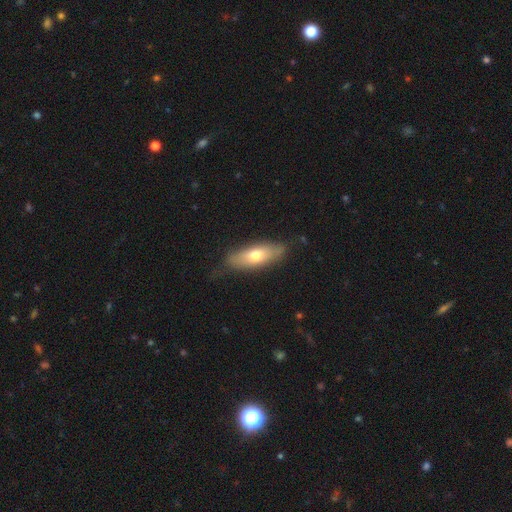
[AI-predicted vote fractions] Smooth or featured?
  - smooth: 64% *
  - featured or disk: 30%
  - star or artifact: 6%
How rounded?
  - in between: 65% *
  - cigar-shaped: 32%
  - round: 3%
Merging?
  - none: 74% *
  - minor disturbance: 20%
  - major disturbance: 5%
  - merger: 1%